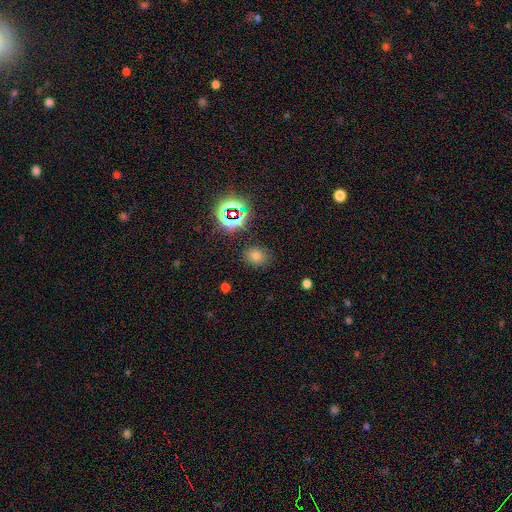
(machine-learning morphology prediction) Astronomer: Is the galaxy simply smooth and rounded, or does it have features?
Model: smooth — 64%.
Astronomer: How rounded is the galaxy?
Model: round — 53% (runner-up: in between, 46%).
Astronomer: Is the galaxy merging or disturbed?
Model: none — 85%.